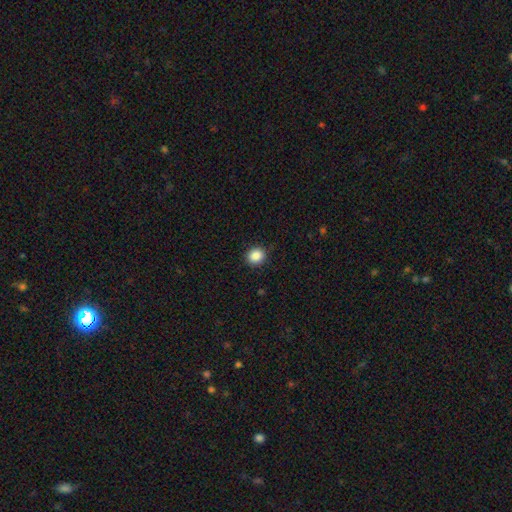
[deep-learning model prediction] A smooth galaxy with no disk features (87%) that is round (79%). Merging: none (90%).